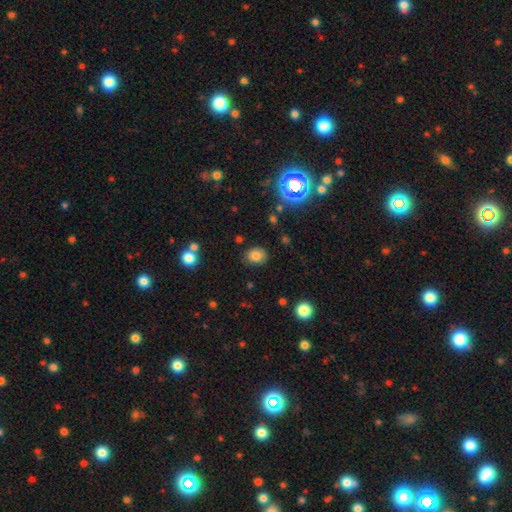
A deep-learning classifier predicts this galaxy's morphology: smooth-or-featured: smooth: 79% | star or artifact: 14% | featured or disk: 7%
  how-rounded: round: 55% | in between: 44% | cigar-shaped: 1%
  merging: none: 85% | minor disturbance: 9% | major disturbance: 3% | merger: 2%